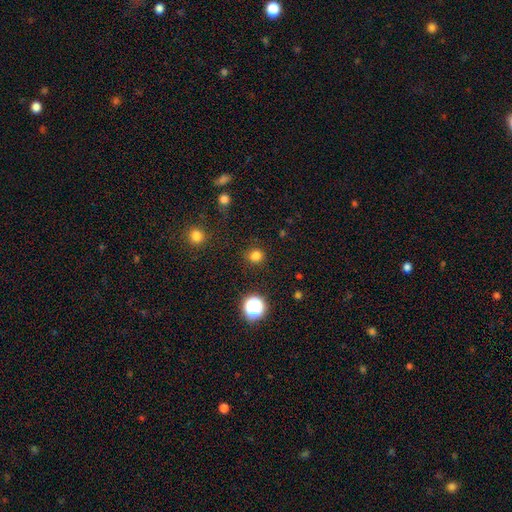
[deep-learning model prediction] smooth-or-featured: smooth: 79% | star or artifact: 17% | featured or disk: 4%
  how-rounded: round: 91% | in between: 8% | cigar-shaped: 1%
  merging: none: 89% | minor disturbance: 7% | major disturbance: 3% | merger: 2%